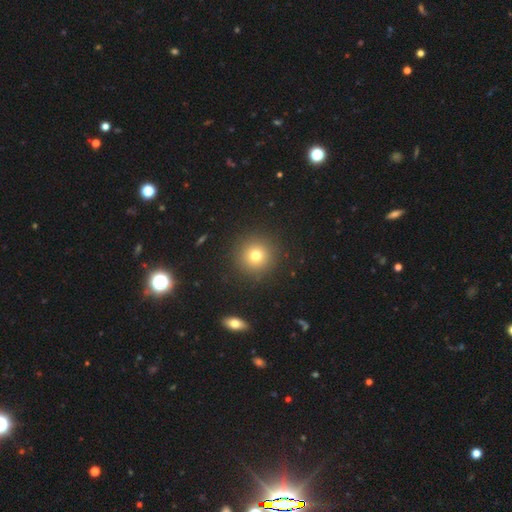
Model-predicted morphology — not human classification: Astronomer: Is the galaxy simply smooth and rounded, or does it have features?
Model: smooth — 75%.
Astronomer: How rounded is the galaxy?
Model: round — 95%.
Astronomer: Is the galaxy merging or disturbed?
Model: none — 91%.